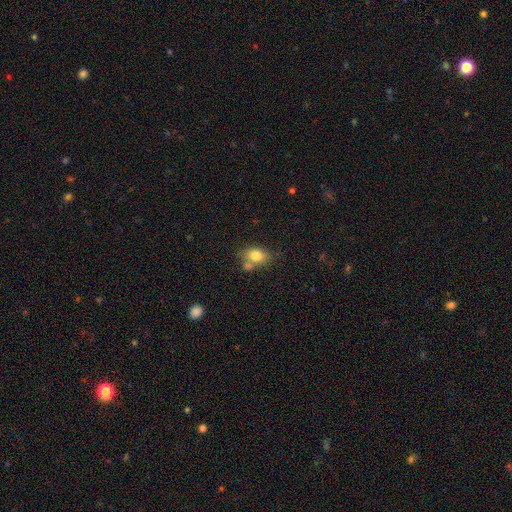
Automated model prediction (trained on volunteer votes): Q: Smooth or featured?
A: smooth (79%); runner-up: featured or disk (11%)
Q: How rounded?
A: in between (63%); runner-up: round (35%)
Q: Merging?
A: none (50%); runner-up: merger (26%)